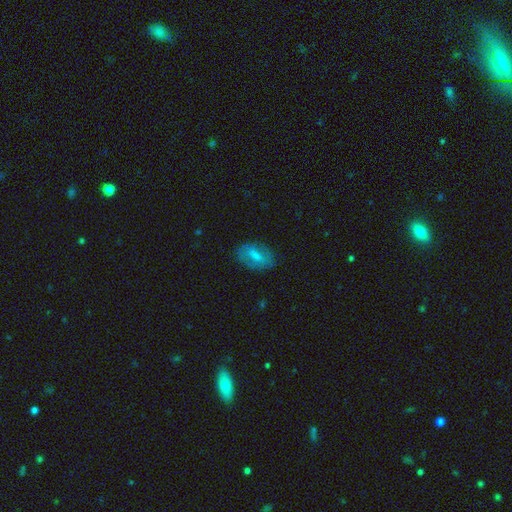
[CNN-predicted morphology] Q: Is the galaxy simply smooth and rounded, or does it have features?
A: smooth — 56%.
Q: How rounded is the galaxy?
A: in between — 85%.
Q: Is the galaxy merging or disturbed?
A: none — 76%.